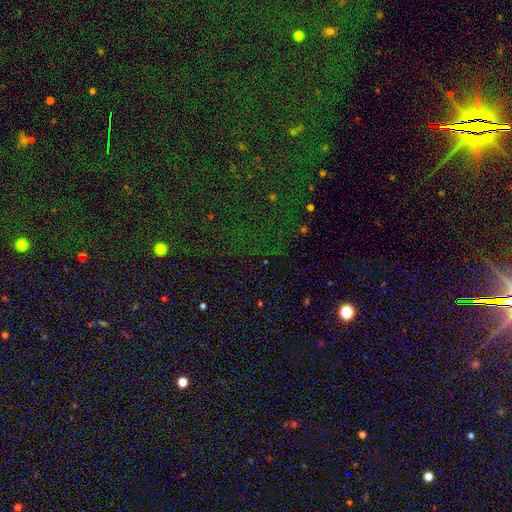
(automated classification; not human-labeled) Smooth or featured: star or artifact — 80% (smooth — 13%)